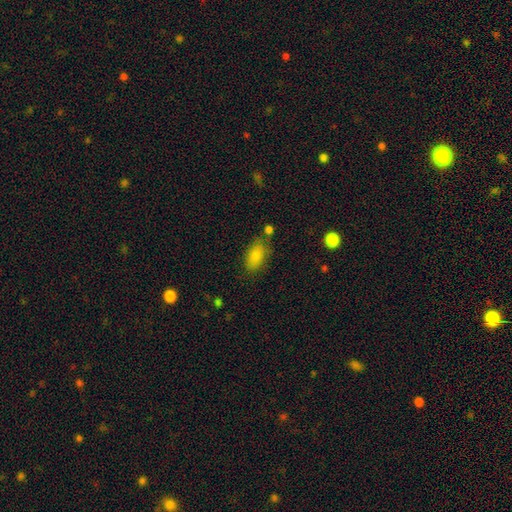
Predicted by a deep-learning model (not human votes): Smooth or featured: smooth — 84% (star or artifact — 8%)
How rounded: in between — 91% (round — 5%)
Merging: none — 72% (minor disturbance — 17%)